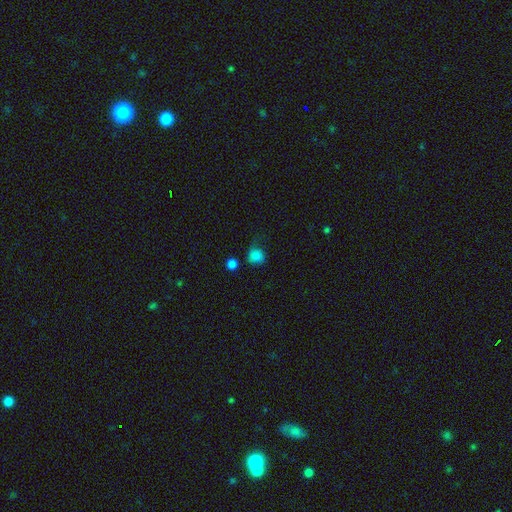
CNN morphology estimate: smooth 82%, star or artifact 12%, featured or disk 6%. Down the decision tree: how rounded — round (79%); merging — none (53%).